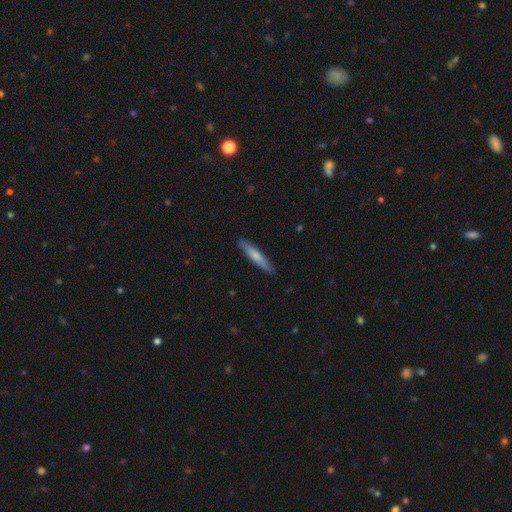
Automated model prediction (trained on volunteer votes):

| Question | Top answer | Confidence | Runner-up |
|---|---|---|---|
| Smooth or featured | smooth | 67% | featured or disk (28%) |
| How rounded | cigar-shaped | 91% | in between (7%) |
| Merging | none | 89% | minor disturbance (8%) |